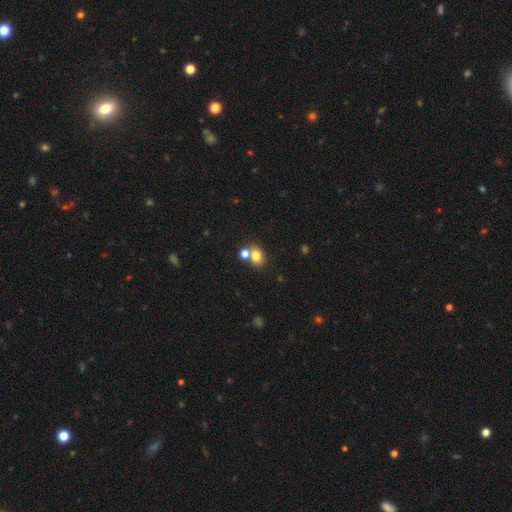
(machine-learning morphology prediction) smooth_or_featured: smooth (p=0.77) [alt: star or artifact p=0.13]
how_rounded: round (p=0.57) [alt: in between p=0.43]
merging: none (p=0.51) [alt: merger p=0.37]